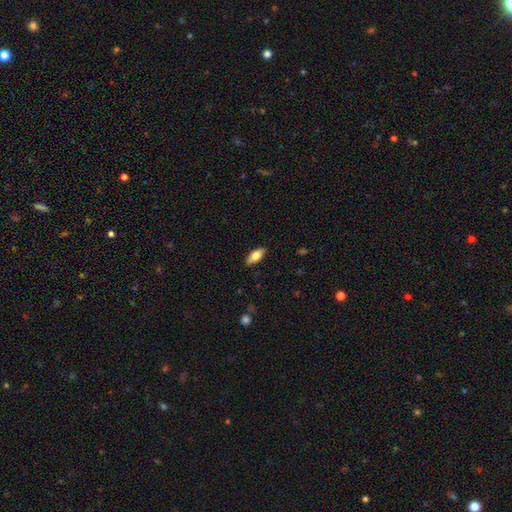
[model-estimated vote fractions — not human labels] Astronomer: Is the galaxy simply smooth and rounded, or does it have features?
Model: smooth — 73%.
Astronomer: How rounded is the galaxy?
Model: in between — 83%.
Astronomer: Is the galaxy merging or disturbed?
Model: none — 87%.